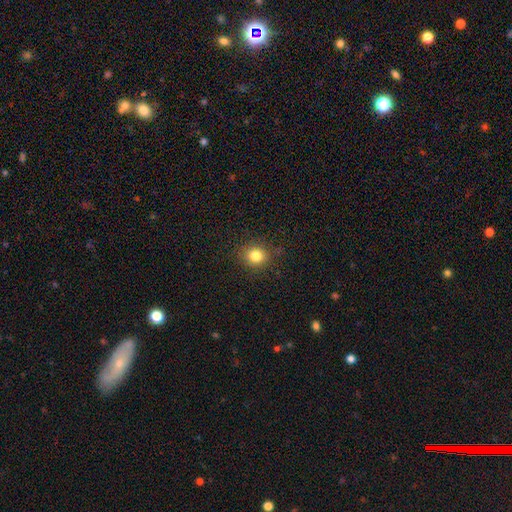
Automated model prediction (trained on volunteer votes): This is clearly a smooth galaxy (82%). How rounded: clearly round (80%). Merging: clearly none (88%).